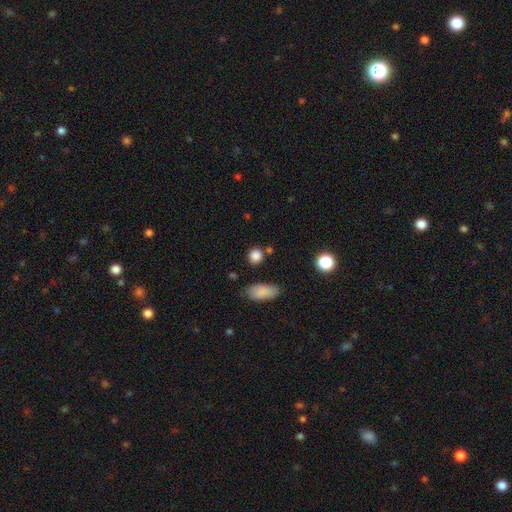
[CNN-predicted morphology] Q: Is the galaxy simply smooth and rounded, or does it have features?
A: smooth — 85%.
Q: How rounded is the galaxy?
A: round — 81%.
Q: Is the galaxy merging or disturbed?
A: none — 79%.